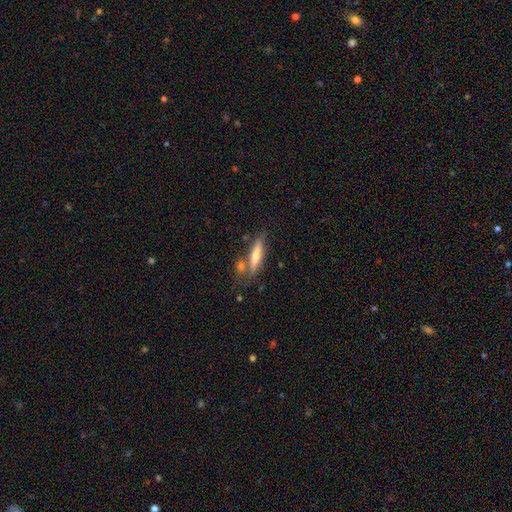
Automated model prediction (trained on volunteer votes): smooth 49%, featured or disk 44%, star or artifact 7%. Down the decision tree: merging — none (67%).